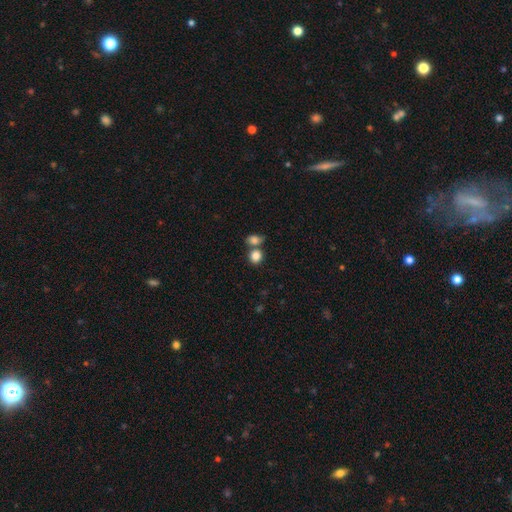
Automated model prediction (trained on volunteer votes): smooth 84%, star or artifact 9%, featured or disk 6%. Down the decision tree: how rounded — round (74%); merging — none (52%).